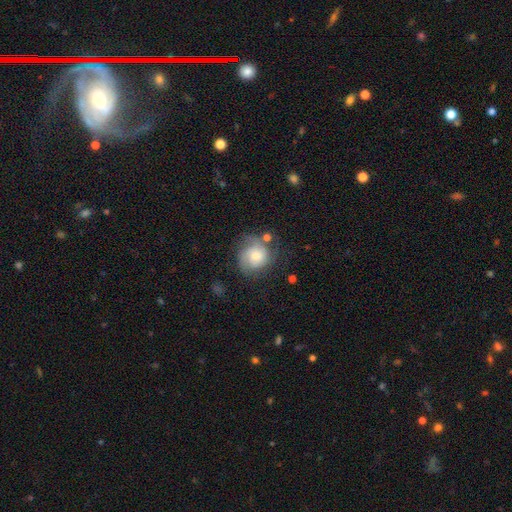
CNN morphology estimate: A smooth galaxy with no disk features (49%).

Vote fractions:
- Smooth or featured? smooth: 49% / featured or disk: 43% / star or artifact: 8%
- Merging? none: 54% / minor disturbance: 25% / major disturbance: 14% / merger: 7%